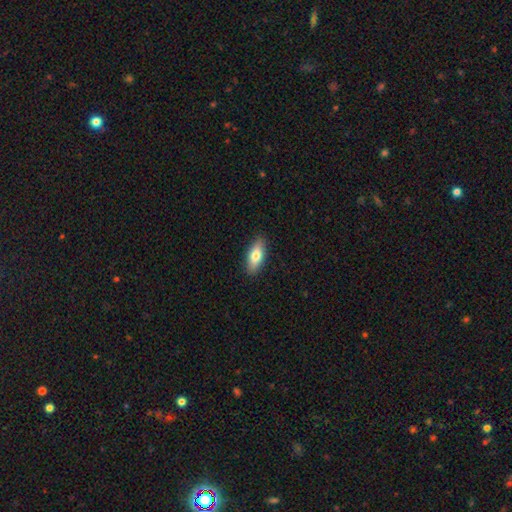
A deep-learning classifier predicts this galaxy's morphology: Smooth or featured? Predicted: smooth (p=0.76). How rounded? Predicted: in between (p=0.78). Merging? Predicted: none (p=0.90).